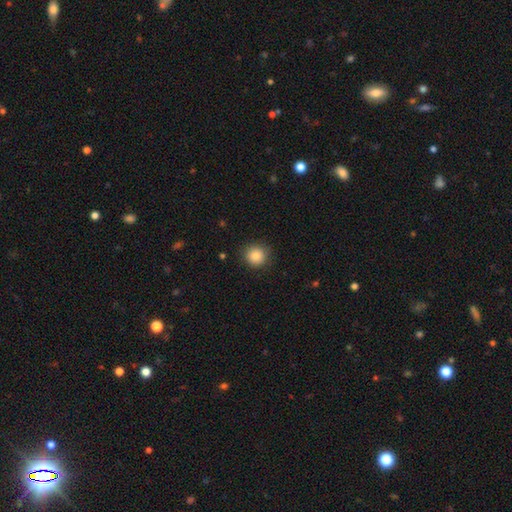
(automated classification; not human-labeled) This appears to be a smooth galaxy with no disk features (86%) that is round (91%). Merging: none (88%).